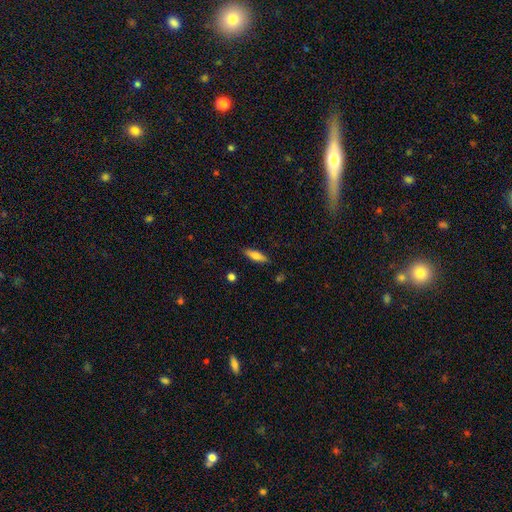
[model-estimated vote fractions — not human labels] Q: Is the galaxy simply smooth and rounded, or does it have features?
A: smooth — 74%.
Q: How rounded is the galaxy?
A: cigar-shaped — 54%.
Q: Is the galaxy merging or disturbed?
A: none — 86%.